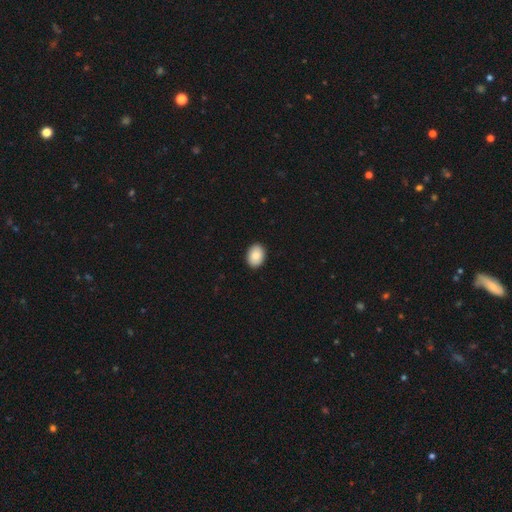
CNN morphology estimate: Smooth or featured? smooth (87%)
How rounded? in between (76%)
Merging? none (92%)